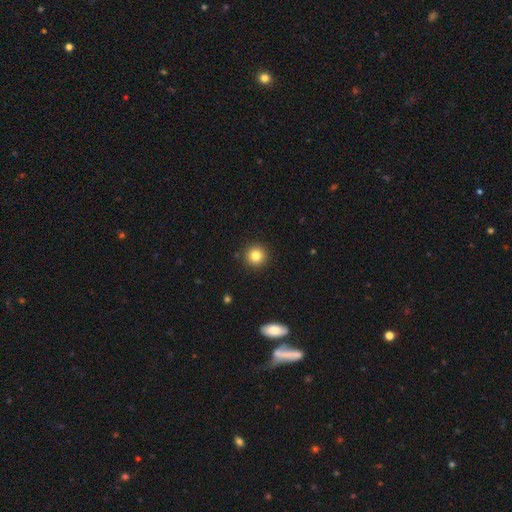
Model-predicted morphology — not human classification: Smooth or featured?
  - smooth: 83% *
  - star or artifact: 11%
  - featured or disk: 7%
How rounded?
  - round: 95% *
  - in between: 4%
  - cigar-shaped: 1%
Merging?
  - none: 92% *
  - minor disturbance: 5%
  - major disturbance: 2%
  - merger: 1%